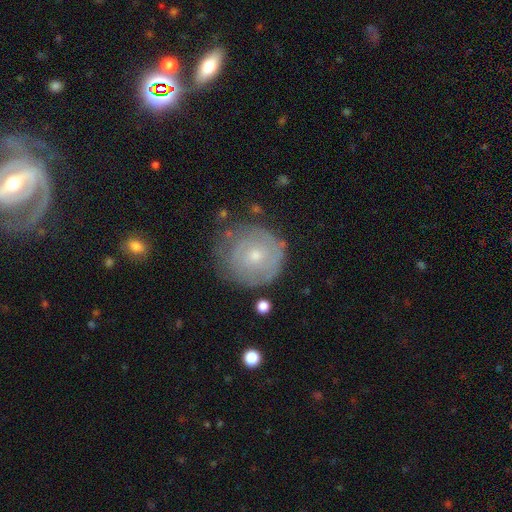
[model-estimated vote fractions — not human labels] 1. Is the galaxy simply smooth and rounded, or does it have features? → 61% featured or disk, 31% smooth, 7% star or artifact.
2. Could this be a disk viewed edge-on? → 97% no, 3% yes.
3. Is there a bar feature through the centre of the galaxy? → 80% no, 17% weak, 3% strong.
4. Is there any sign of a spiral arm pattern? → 72% yes, 28% no.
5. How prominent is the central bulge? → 61% small, 35% moderate, 2% none, 1% large, 1% dominant.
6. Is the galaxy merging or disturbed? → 69% none, 21% minor disturbance, 8% major disturbance, 2% merger.